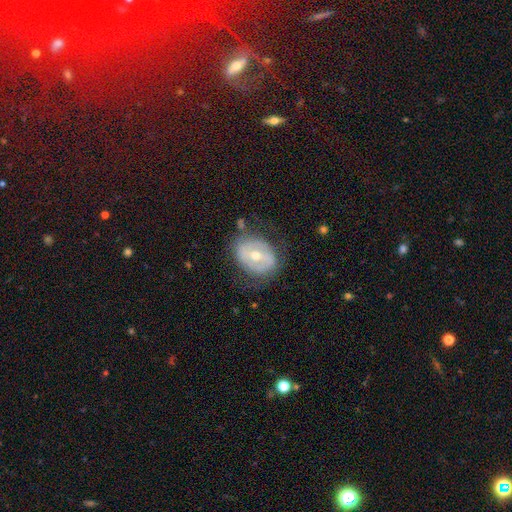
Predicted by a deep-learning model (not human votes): Overall: featured or disk (65%; smooth 28%). Edge-on disk: no (94%). Bar: weak (38%; strong 33%). Spiral arms: no (61%; yes 39%). Bulge size: moderate (62%; small 34%). Merging: none (68%).